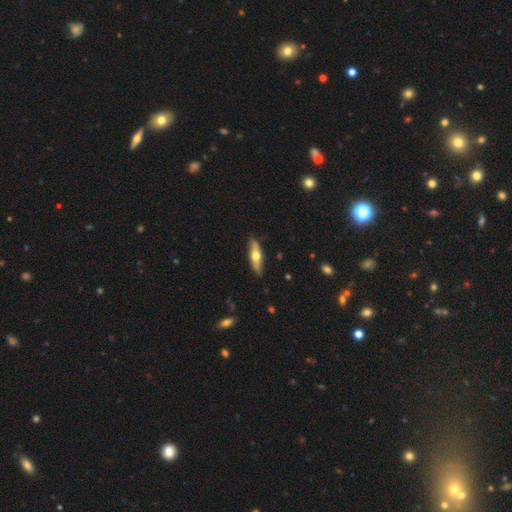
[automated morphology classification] This is possibly a smooth galaxy (51%). How rounded: possibly cigar-shaped (58%). Merging: clearly none (86%).